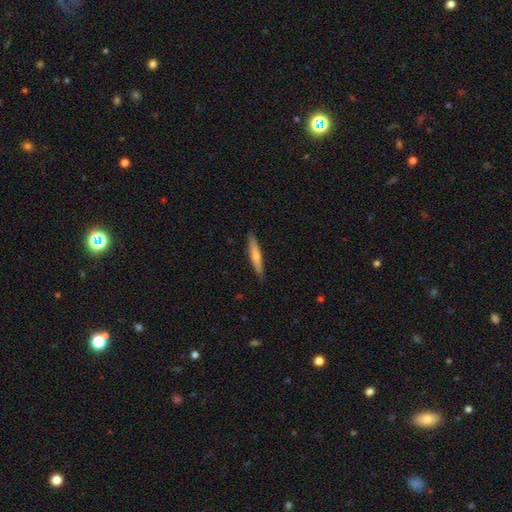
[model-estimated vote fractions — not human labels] Smooth or featured?
  - smooth: 49% *
  - featured or disk: 45%
  - star or artifact: 6%
Merging?
  - none: 90% *
  - minor disturbance: 7%
  - major disturbance: 1%
  - merger: 1%